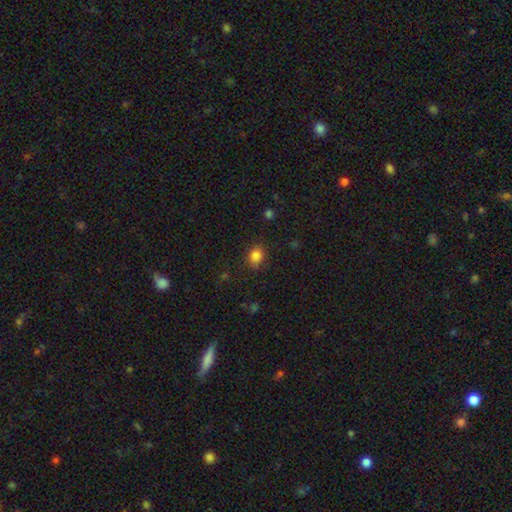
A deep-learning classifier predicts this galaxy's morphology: type=smooth (84%); roundness=round (54%); merging=none (83%).